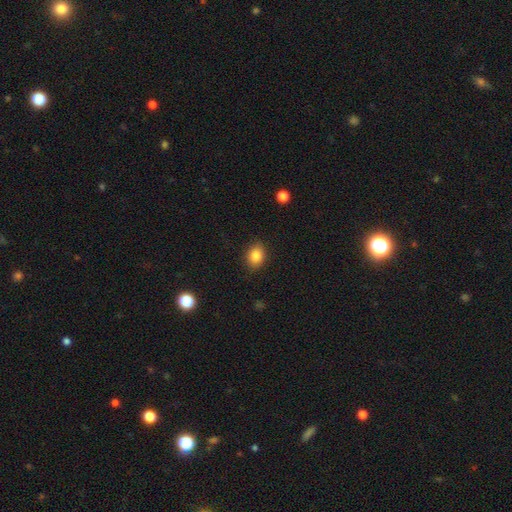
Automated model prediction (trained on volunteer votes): A smooth galaxy with no disk features (84%) that is in between round and cigar-shaped (63%).

Vote fractions:
- Smooth or featured? smooth: 84% / star or artifact: 9% / featured or disk: 7%
- How rounded? in between: 63% / round: 36% / cigar-shaped: 1%
- Merging? none: 85% / minor disturbance: 11% / major disturbance: 3% / merger: 1%